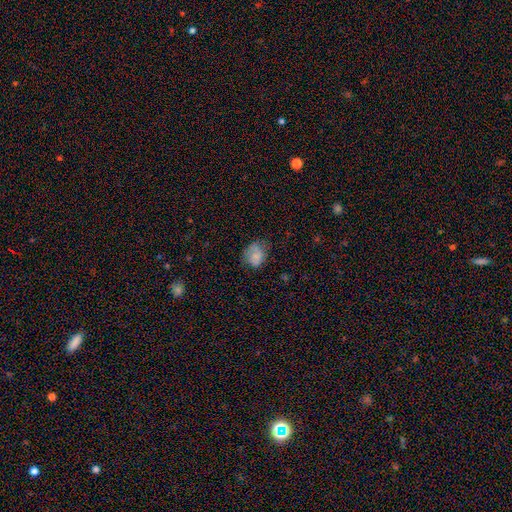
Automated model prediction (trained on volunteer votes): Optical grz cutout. It shows a smooth galaxy with no disk features (75%) that is round (52%). Merging: none (55%).